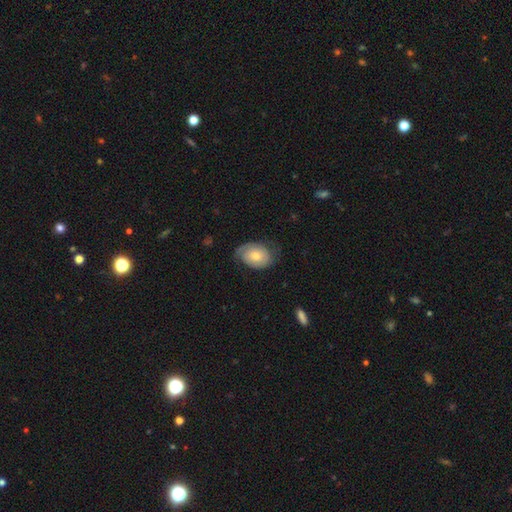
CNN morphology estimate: This appears to be a featured or disk galaxy (52%). Merging: none (64%).